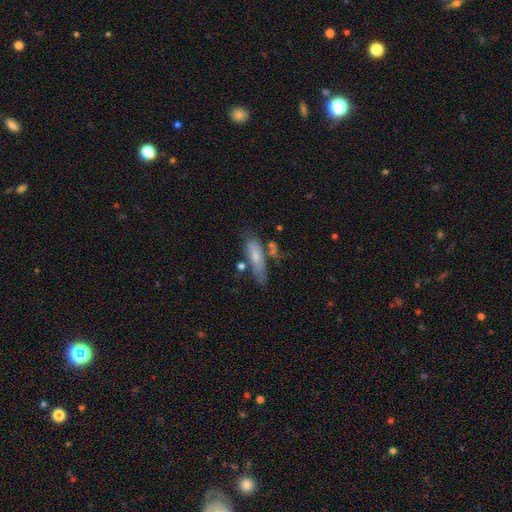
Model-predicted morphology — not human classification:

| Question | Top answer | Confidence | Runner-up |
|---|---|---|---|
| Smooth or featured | smooth | 64% | featured or disk (28%) |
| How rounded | cigar-shaped | 51% | in between (46%) |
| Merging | none | 54% | minor disturbance (24%) |